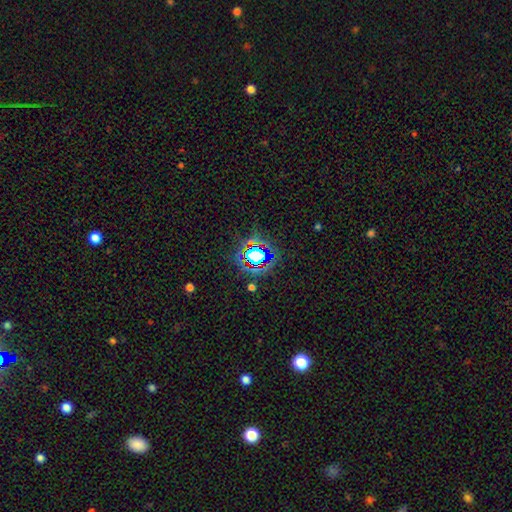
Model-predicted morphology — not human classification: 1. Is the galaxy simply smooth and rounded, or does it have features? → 67% star or artifact, 21% smooth, 13% featured or disk.